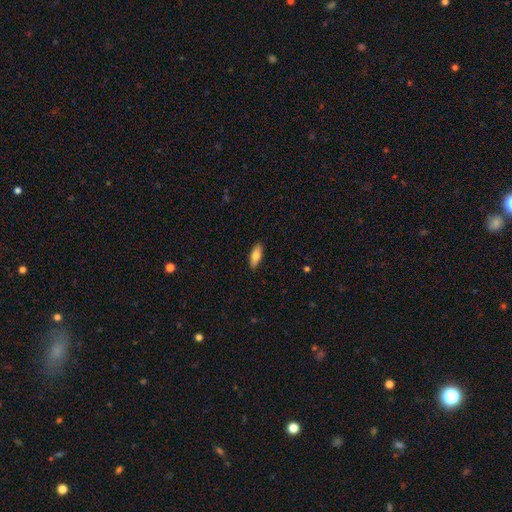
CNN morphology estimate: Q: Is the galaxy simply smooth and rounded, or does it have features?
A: smooth — 78%.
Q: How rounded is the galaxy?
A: in between — 75%.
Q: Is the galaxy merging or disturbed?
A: none — 88%.